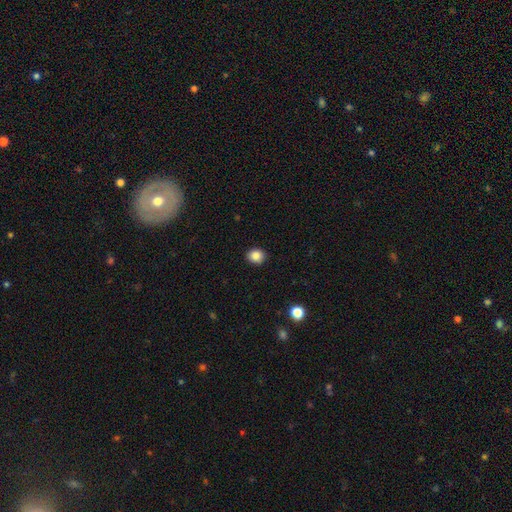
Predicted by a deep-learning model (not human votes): Smooth or featured?
  - smooth: 85% *
  - star or artifact: 10%
  - featured or disk: 5%
How rounded?
  - round: 72% *
  - in between: 27%
  - cigar-shaped: 1%
Merging?
  - none: 91% *
  - minor disturbance: 6%
  - major disturbance: 2%
  - merger: 1%